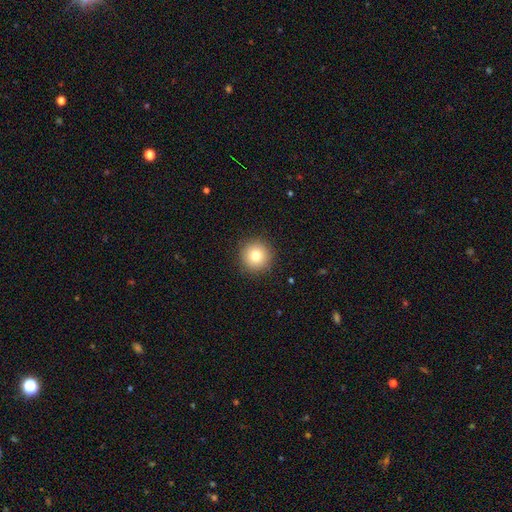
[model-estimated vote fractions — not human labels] Overall: smooth (80%). How rounded: round (96%). Merging: none (91%).